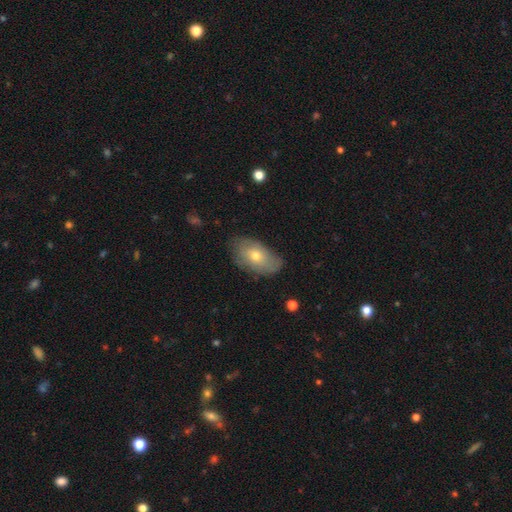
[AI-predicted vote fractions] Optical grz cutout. It shows a smooth galaxy with no disk features (59%) that is in between round and cigar-shaped (91%). Merging: none (69%).